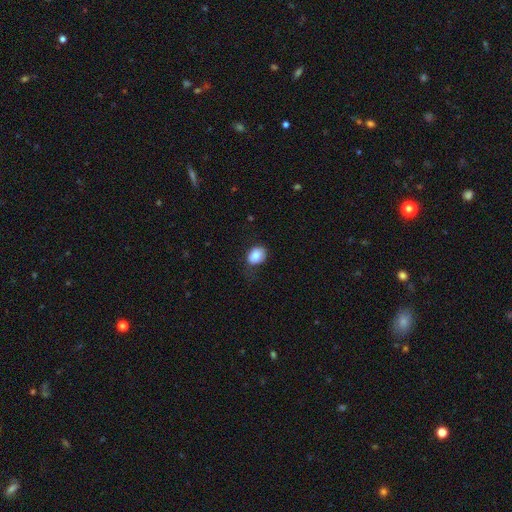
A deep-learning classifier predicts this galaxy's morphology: Smooth or featured? Predicted: smooth (p=0.83). How rounded? Predicted: in between (p=0.60). Merging? Predicted: none (p=0.62).